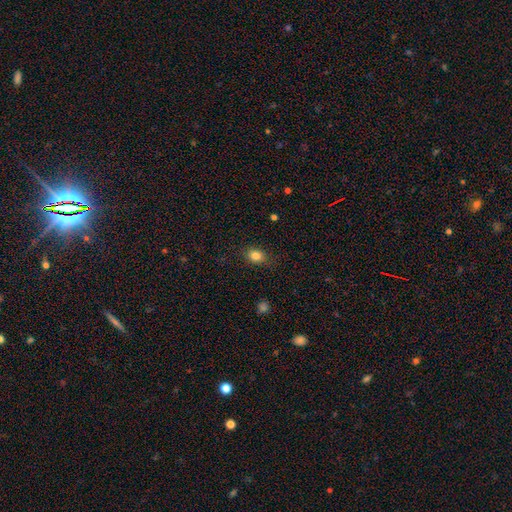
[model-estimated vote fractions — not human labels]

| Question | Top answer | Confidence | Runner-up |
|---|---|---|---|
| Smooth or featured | smooth | 83% | star or artifact (11%) |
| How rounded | in between | 51% | round (48%) |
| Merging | none | 81% | minor disturbance (14%) |